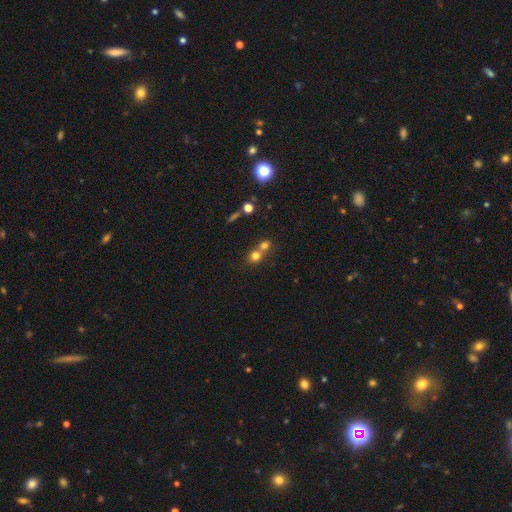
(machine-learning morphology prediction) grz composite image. It shows a smooth galaxy with no disk features (72%) that is round (81%). Merging: merger (55%).